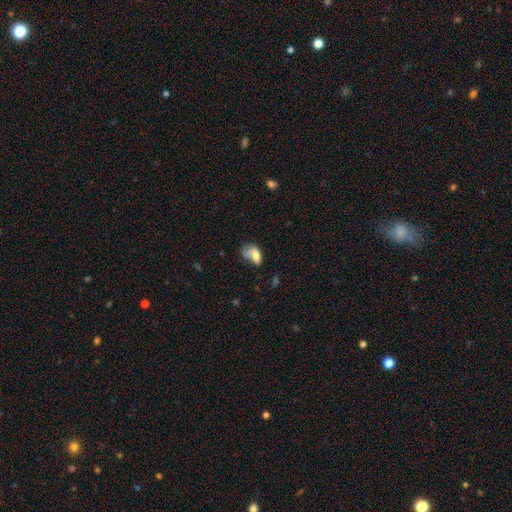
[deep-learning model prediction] smooth_or_featured: smooth (p=0.68) [alt: featured or disk p=0.22]
how_rounded: in between (p=0.84) [alt: round p=0.13]
merging: major disturbance (p=0.37) [alt: minor disturbance p=0.30]